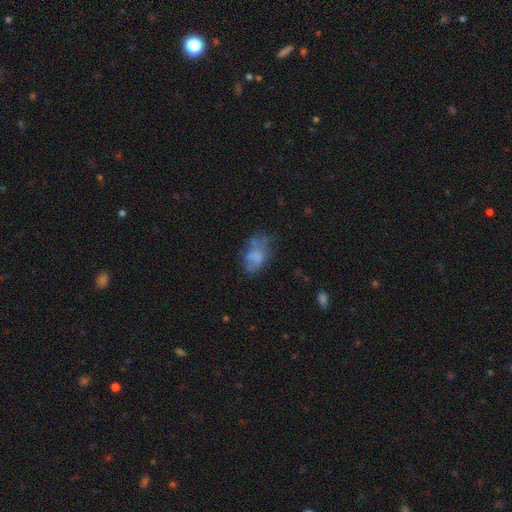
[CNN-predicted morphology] smooth_or_featured: smooth (p=0.54) [alt: featured or disk p=0.33]
how_rounded: in between (p=0.84) [alt: round p=0.14]
merging: none (p=0.42) [alt: minor disturbance p=0.26]